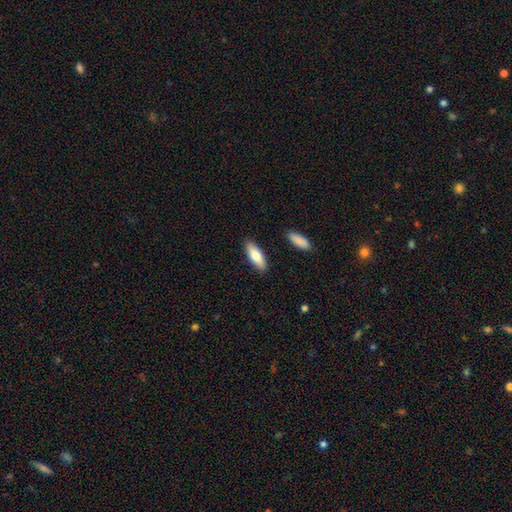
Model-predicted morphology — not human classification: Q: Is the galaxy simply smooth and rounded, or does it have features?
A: smooth — 78%.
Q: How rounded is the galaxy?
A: in between — 62%.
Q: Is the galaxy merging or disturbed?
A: none — 87%.